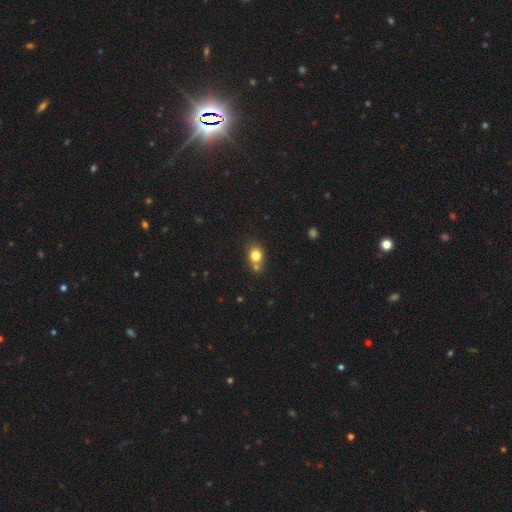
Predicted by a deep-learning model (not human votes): The model was most divided on "how rounded": round: 59%, in between: 40%, cigar-shaped: 1%. More confident: smooth or featured — smooth (78%); merging — none (58%).